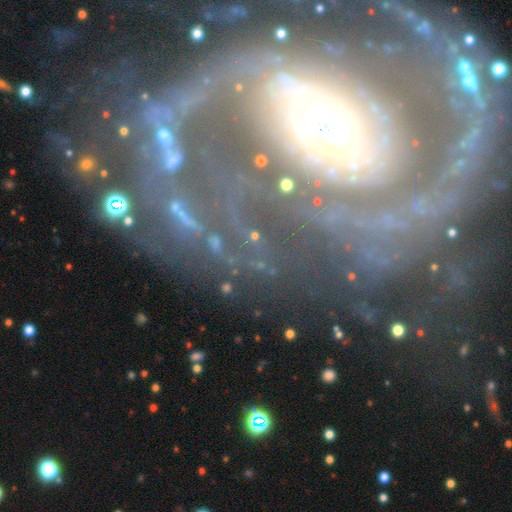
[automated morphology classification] type=featured or disk (52%); edge-on=no (86%); merging=none (66%).